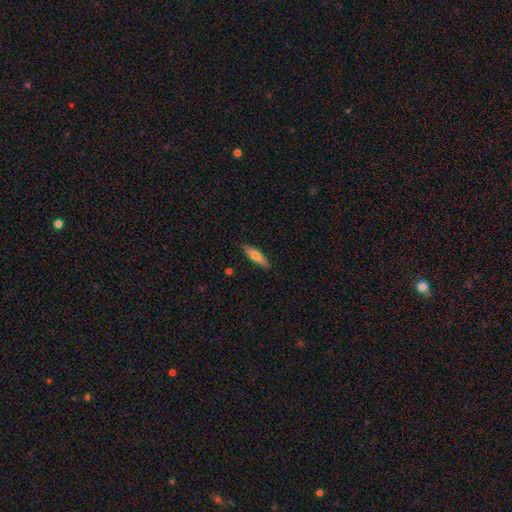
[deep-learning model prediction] Smooth or featured: smooth — 70% (featured or disk — 24%)
How rounded: cigar-shaped — 68% (in between — 30%)
Merging: none — 87% (minor disturbance — 10%)